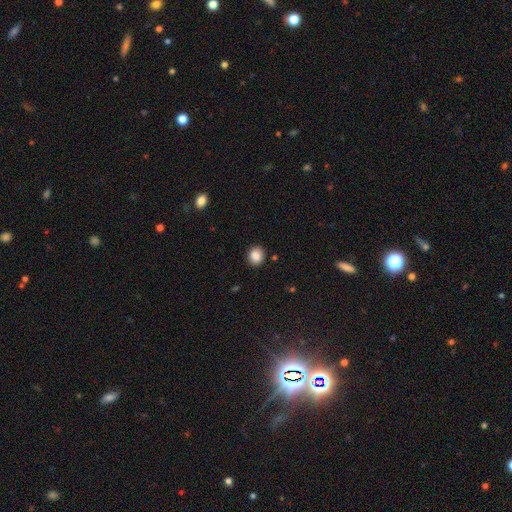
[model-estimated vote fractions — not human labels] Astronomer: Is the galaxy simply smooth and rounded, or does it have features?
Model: smooth — 87%.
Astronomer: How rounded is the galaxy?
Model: round — 77%.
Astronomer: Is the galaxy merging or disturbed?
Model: none — 90%.